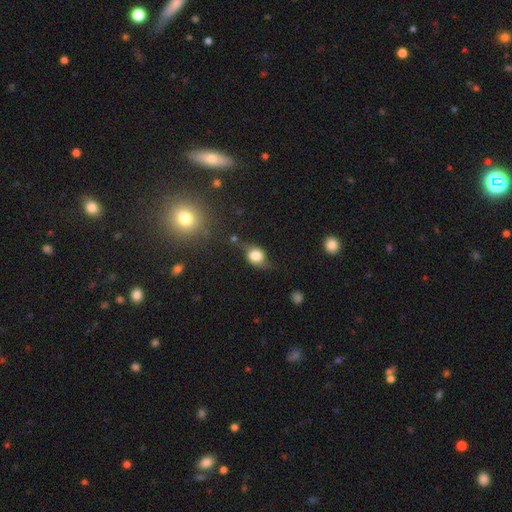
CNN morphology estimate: The model was most divided on "how rounded": in between: 49%, round: 48%, cigar-shaped: 3%. More confident: smooth or featured — smooth (61%); merging — none (56%).